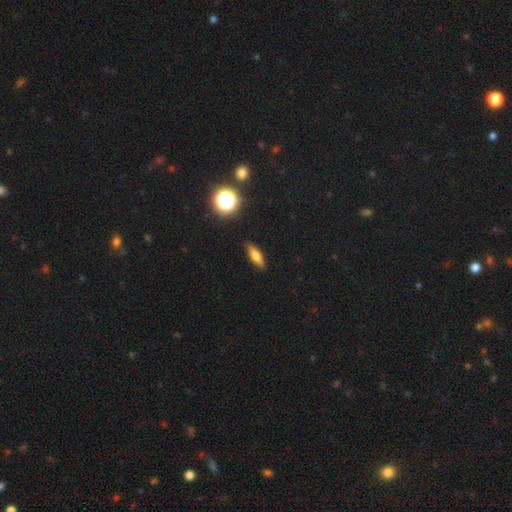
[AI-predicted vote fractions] smooth-or-featured: smooth: 66% | featured or disk: 23% | star or artifact: 11%
  how-rounded: cigar-shaped: 52% | in between: 43% | round: 5%
  merging: none: 87% | minor disturbance: 10% | major disturbance: 2% | merger: 1%